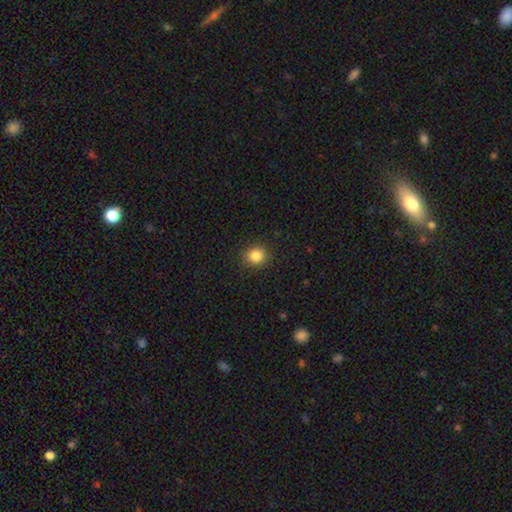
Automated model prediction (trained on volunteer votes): Q: Smooth or featured?
A: smooth (85%); runner-up: star or artifact (11%)
Q: How rounded?
A: round (85%); runner-up: in between (14%)
Q: Merging?
A: none (90%); runner-up: minor disturbance (7%)